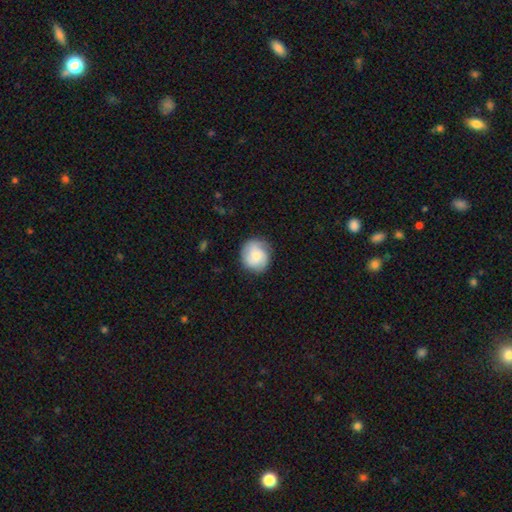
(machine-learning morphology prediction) smooth_or_featured: smooth (p=0.55) [alt: featured or disk p=0.37]
how_rounded: round (p=0.85) [alt: in between p=0.14]
merging: none (p=0.81) [alt: minor disturbance p=0.14]